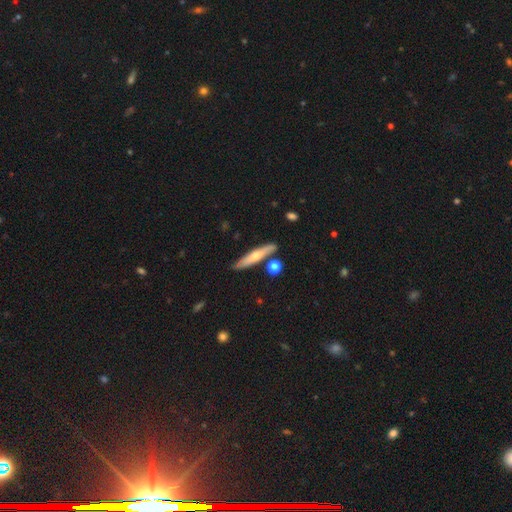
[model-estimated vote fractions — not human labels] smooth_or_featured: smooth (p=0.48) [alt: featured or disk p=0.46]
merging: none (p=0.83) [alt: minor disturbance p=0.10]